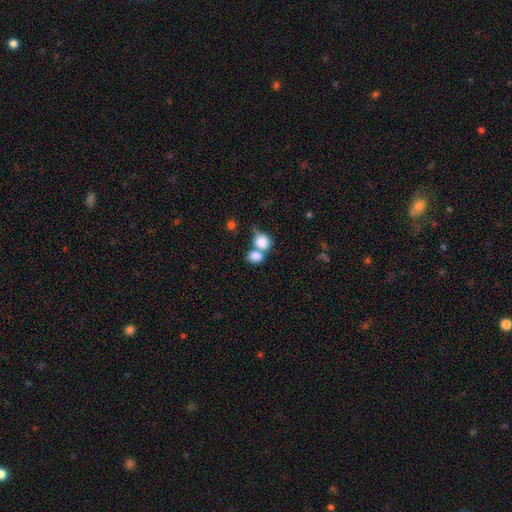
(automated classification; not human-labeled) A smooth galaxy with no disk features (82%) that is in between round and cigar-shaped (51%). Merging: merger (60%).